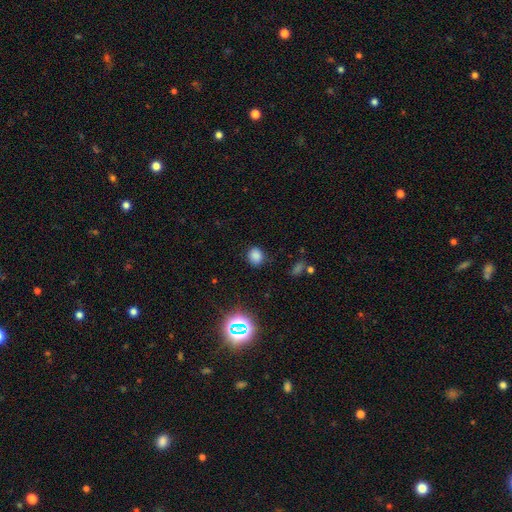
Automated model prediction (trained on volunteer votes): Morphology: type=smooth (79%); roundness=round (70%); merging=none (83%).